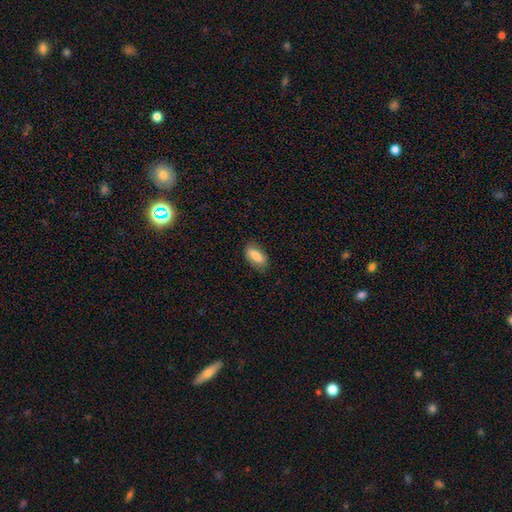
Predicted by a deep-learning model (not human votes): Q: Smooth or featured?
A: smooth (77%); runner-up: featured or disk (16%)
Q: How rounded?
A: in between (85%); runner-up: cigar-shaped (12%)
Q: Merging?
A: none (83%); runner-up: minor disturbance (13%)